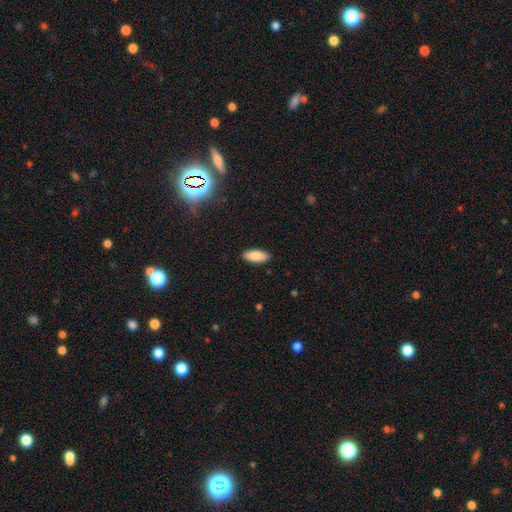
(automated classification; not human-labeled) Morphology: type=smooth (86%); roundness=in between (83%); merging=none (89%).